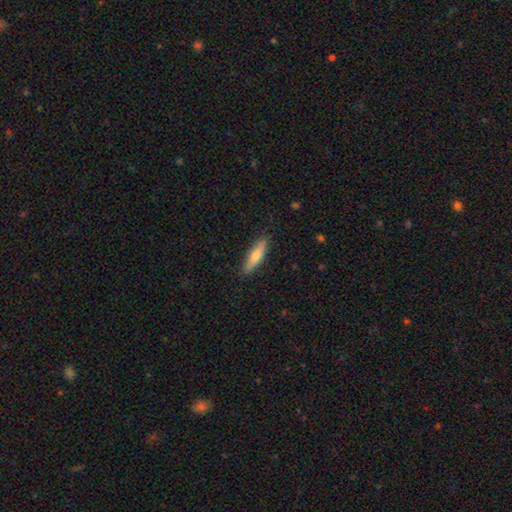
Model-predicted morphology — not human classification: A smooth galaxy with no disk features (61%) that is cigar-shaped (74%).

Vote fractions:
- Smooth or featured? smooth: 61% / featured or disk: 34% / star or artifact: 6%
- How rounded? cigar-shaped: 74% / in between: 24% / round: 2%
- Merging? none: 87% / minor disturbance: 10% / major disturbance: 2% / merger: 1%